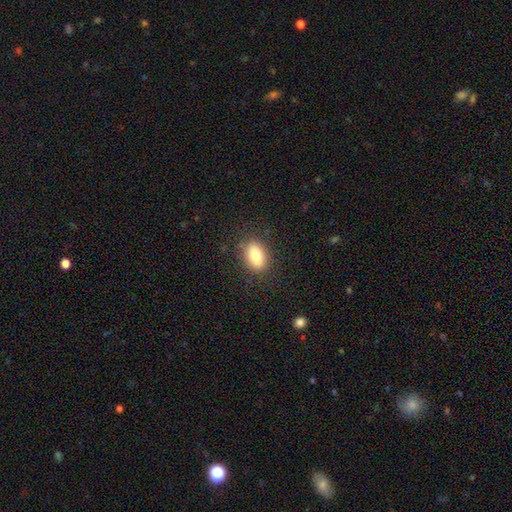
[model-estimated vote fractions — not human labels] Morphology: type=smooth (82%); roundness=in between (87%); merging=none (84%).